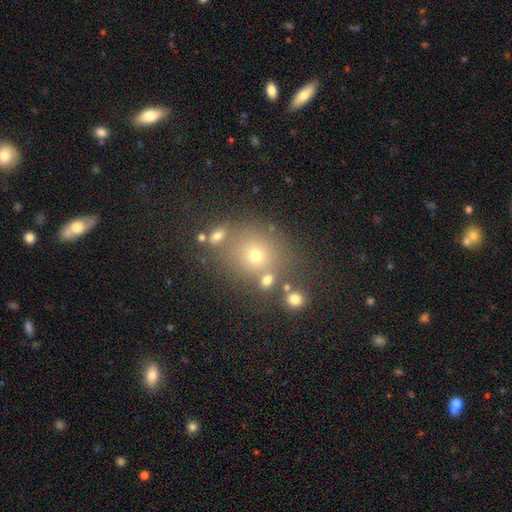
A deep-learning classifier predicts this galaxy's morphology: This is likely a smooth galaxy (65%). How rounded: likely round (78%). Merging: likely none (68%).